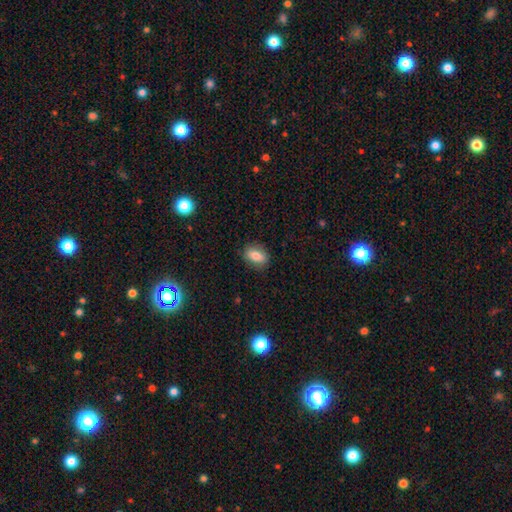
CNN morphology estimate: The model was most divided on "how rounded": in between: 76%, round: 21%, cigar-shaped: 3%. More confident: merging — none (85%); smooth or featured — smooth (79%).